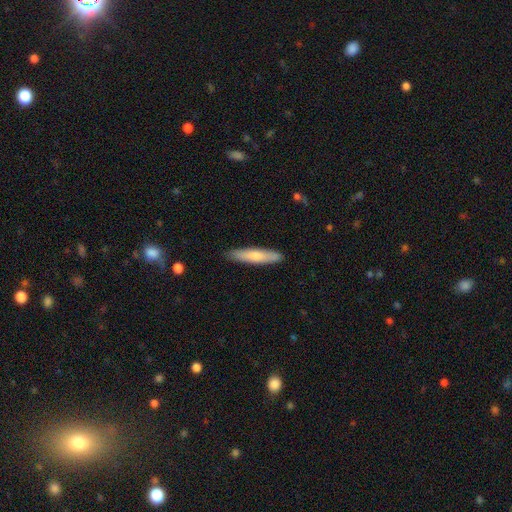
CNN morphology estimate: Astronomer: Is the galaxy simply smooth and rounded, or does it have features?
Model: smooth — 70%.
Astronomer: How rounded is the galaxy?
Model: cigar-shaped — 85%.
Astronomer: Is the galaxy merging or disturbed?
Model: none — 88%.